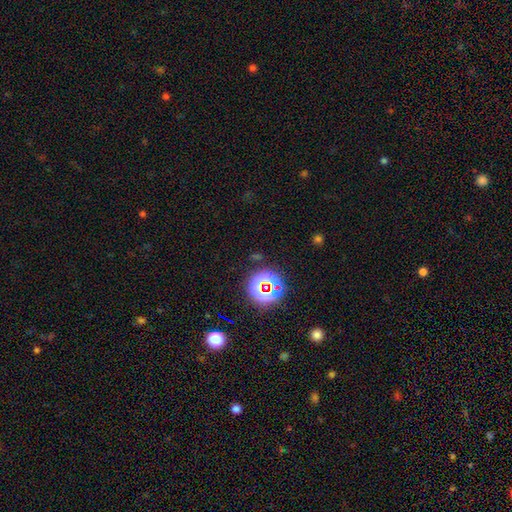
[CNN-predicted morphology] smooth-or-featured: star or artifact: 78% | smooth: 14% | featured or disk: 8%